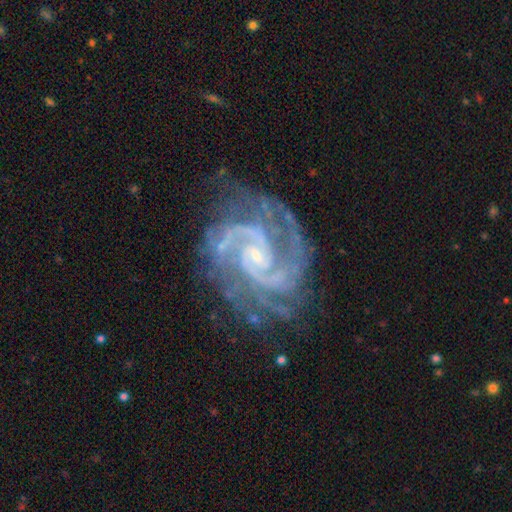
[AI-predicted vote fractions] This appears to be a featured or disk galaxy (93%) with no bar (50%), 2 (70%) tight (52%) spiral arms (99%) and a small central bulge (80%). Merging: none (72%).